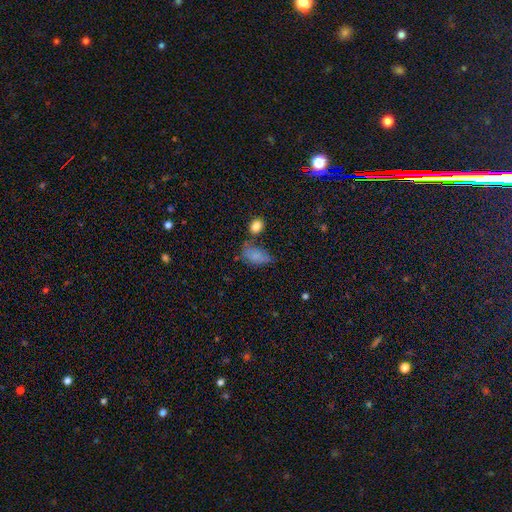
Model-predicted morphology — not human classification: Overall: smooth (77%). How rounded: in between (90%). Merging: none (41%; minor disturbance 30%).